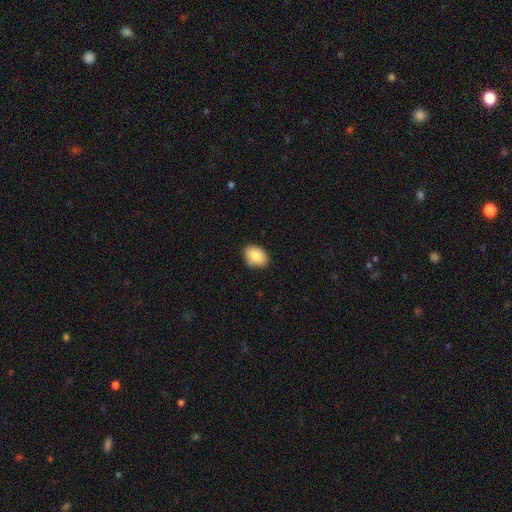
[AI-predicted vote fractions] smooth_or_featured: smooth (p=0.86) [alt: star or artifact p=0.07]
how_rounded: in between (p=0.74) [alt: round p=0.25]
merging: none (p=0.84) [alt: minor disturbance p=0.13]